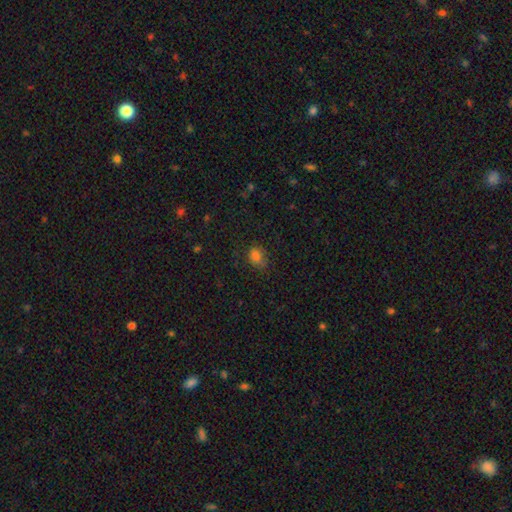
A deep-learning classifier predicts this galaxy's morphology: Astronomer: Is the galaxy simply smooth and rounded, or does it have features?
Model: smooth — 80%.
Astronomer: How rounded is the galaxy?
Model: in between — 55% (runner-up: round, 44%).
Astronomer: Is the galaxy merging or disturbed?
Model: none — 59%.